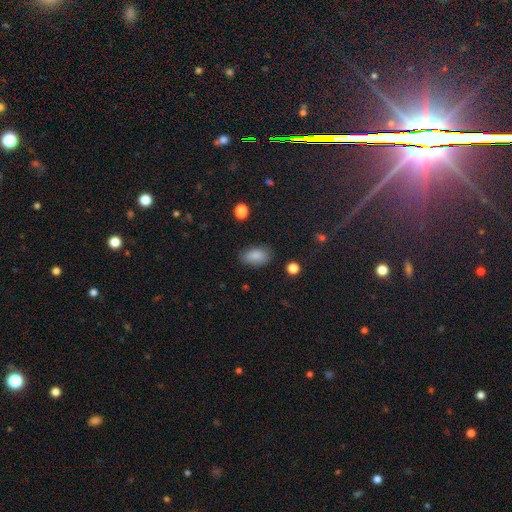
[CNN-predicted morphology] Smooth or featured?
  - smooth: 85% *
  - star or artifact: 9%
  - featured or disk: 6%
How rounded?
  - in between: 91% *
  - round: 7%
  - cigar-shaped: 2%
Merging?
  - none: 77% *
  - minor disturbance: 18%
  - major disturbance: 4%
  - merger: 2%